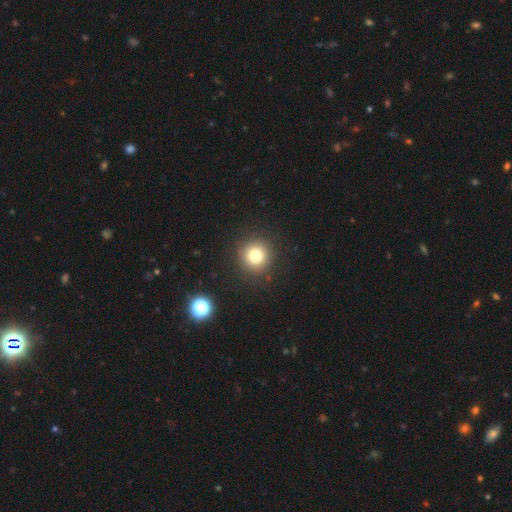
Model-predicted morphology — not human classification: type=smooth (77%); roundness=round (95%); merging=none (91%).